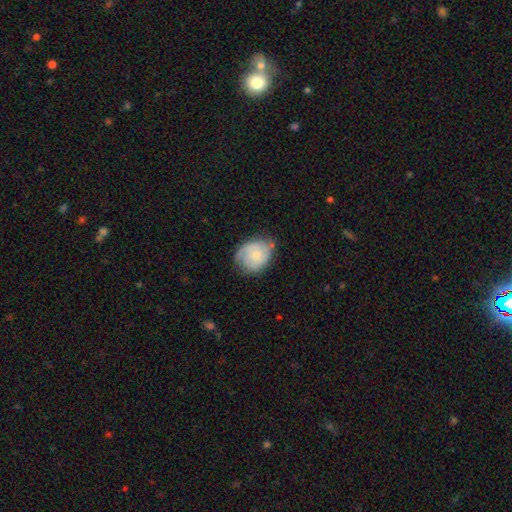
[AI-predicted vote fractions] Smooth or featured?
  - smooth: 47% *
  - featured or disk: 46%
  - star or artifact: 7%
Merging?
  - none: 56% *
  - minor disturbance: 31%
  - major disturbance: 11%
  - merger: 2%